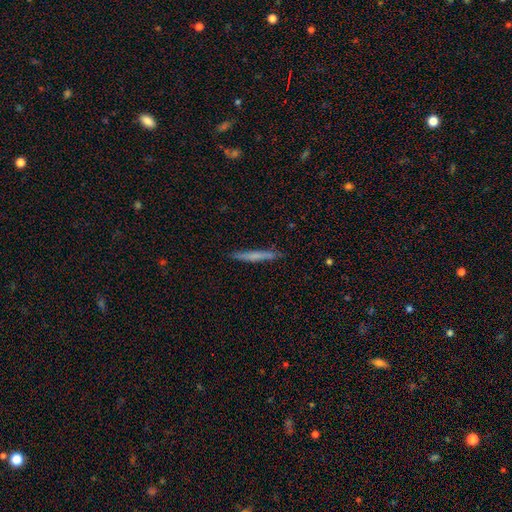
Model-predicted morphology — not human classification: Smooth or featured?
  - smooth: 62% *
  - featured or disk: 32%
  - star or artifact: 6%
How rounded?
  - cigar-shaped: 96% *
  - in between: 3%
  - round: 1%
Merging?
  - none: 87% *
  - minor disturbance: 9%
  - major disturbance: 2%
  - merger: 2%